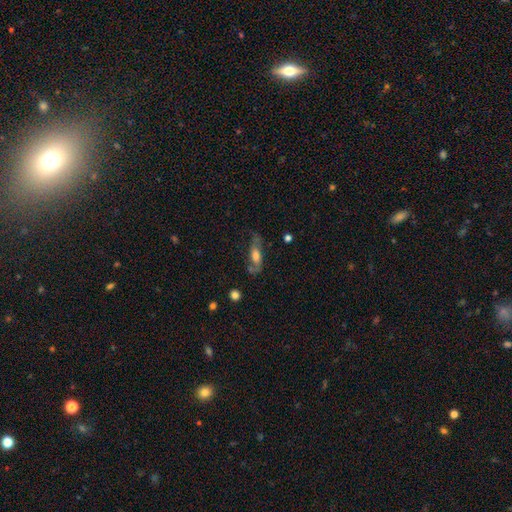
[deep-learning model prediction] Overall: smooth (48%; featured or disk 45%). Merging: none (55%; minor disturbance 25%).